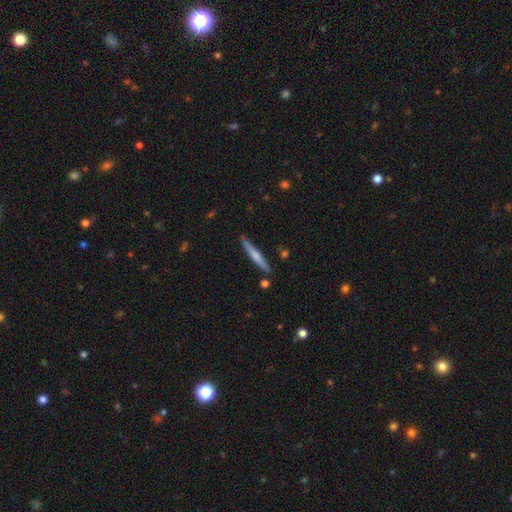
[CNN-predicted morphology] Smooth or featured? smooth (52%)
How rounded? cigar-shaped (95%)
Merging? none (86%)